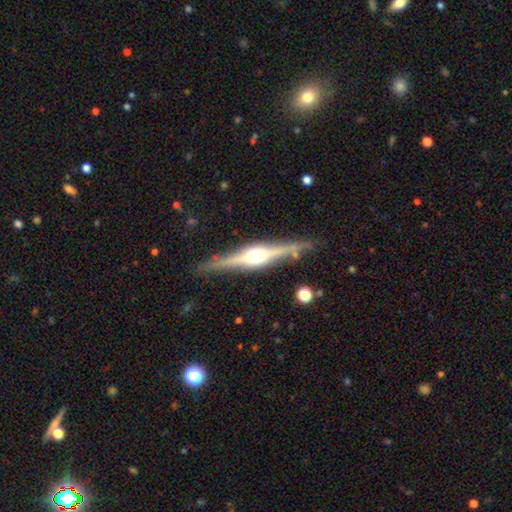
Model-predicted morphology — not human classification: Smooth or featured: featured or disk — 83% (smooth — 12%)
Edge-on disk: yes — 98% (no — 2%)
Edge-on bulge: rounded — 84% (boxy — 13%)
Merging: none — 86% (minor disturbance — 10%)